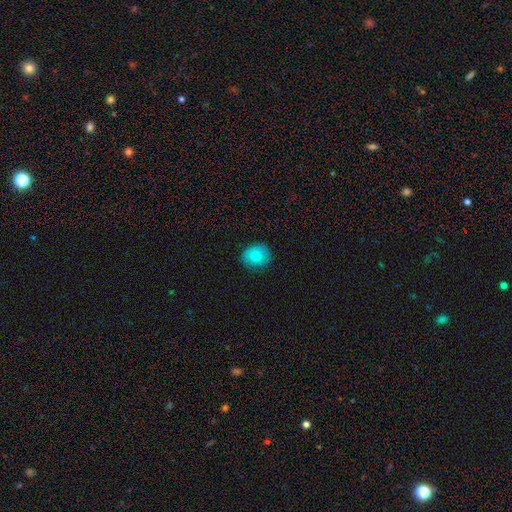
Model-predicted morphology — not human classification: This appears to be a smooth galaxy with no disk features (82%) that is round (72%). Merging: none (82%).